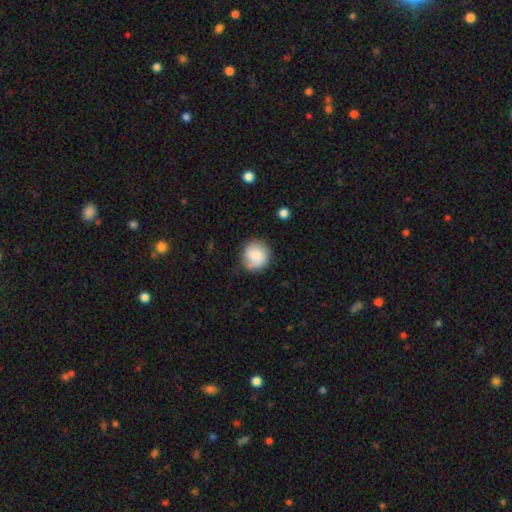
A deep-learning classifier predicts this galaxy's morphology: smooth-or-featured: smooth: 60% | featured or disk: 33% | star or artifact: 7%
  how-rounded: round: 88% | in between: 11% | cigar-shaped: 1%
  merging: none: 74% | minor disturbance: 19% | major disturbance: 6% | merger: 2%